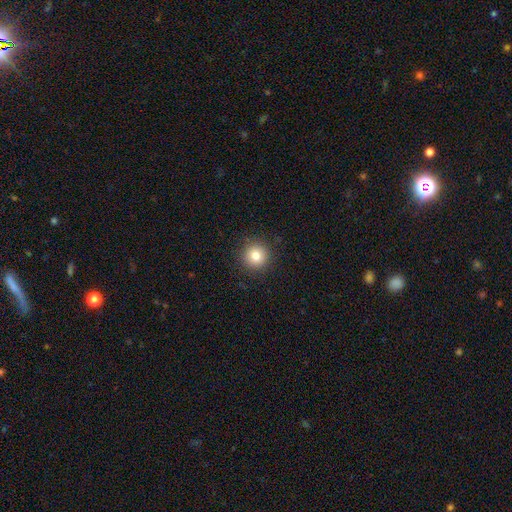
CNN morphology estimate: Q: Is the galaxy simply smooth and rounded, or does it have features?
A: smooth — 81%.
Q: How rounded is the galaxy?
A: round — 94%.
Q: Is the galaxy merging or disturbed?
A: none — 91%.